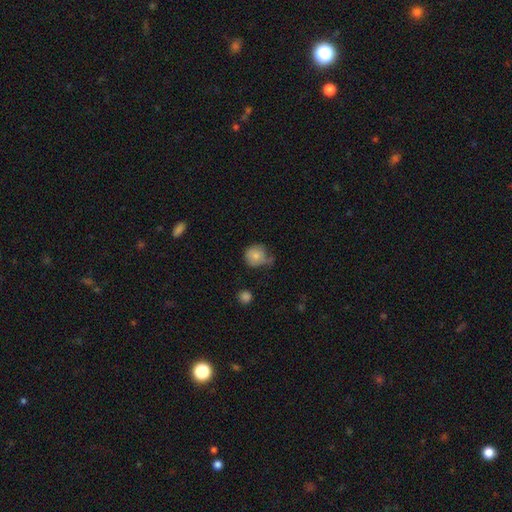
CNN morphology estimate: Smooth or featured? smooth (77%)
How rounded? round (85%)
Merging? none (48%)